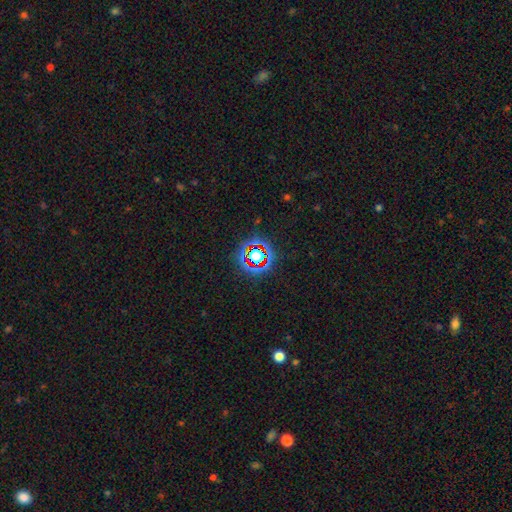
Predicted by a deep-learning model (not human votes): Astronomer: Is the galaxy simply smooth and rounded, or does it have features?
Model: star or artifact — 70%.